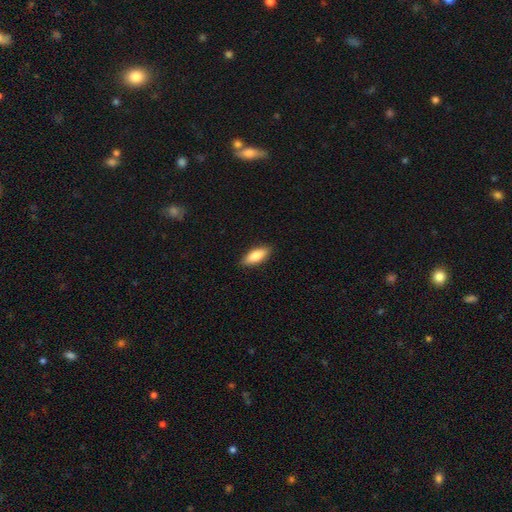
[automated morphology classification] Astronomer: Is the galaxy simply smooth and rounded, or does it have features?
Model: smooth — 81%.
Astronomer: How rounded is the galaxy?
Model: in between — 74%.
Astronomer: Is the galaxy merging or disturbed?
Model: none — 88%.